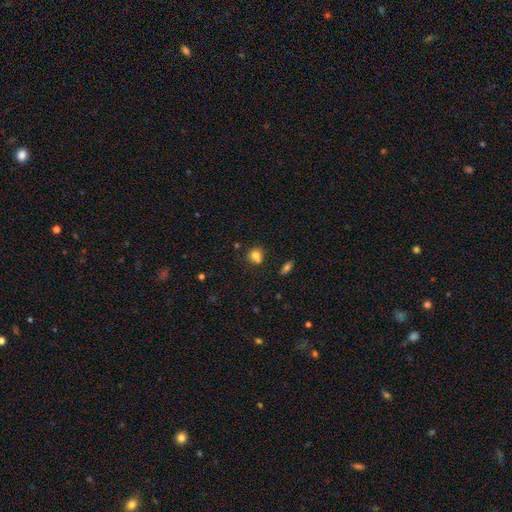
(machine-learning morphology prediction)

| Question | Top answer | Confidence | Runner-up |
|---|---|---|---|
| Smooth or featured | smooth | 79% | star or artifact (11%) |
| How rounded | round | 75% | in between (24%) |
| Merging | none | 65% | minor disturbance (19%) |